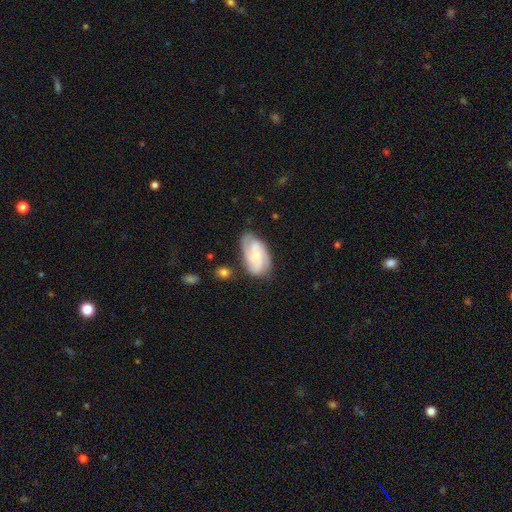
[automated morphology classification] This is likely a featured or disk galaxy (74%). It is clearly not viewed edge-on (96%). Bar: likely no (64%). Spiral arm pattern: clearly yes (95%). Spiral arm count: possibly 3 (49%). Spiral winding: marginally tight (44%). Central bulge: possibly small (50%). Merging: likely none (68%).